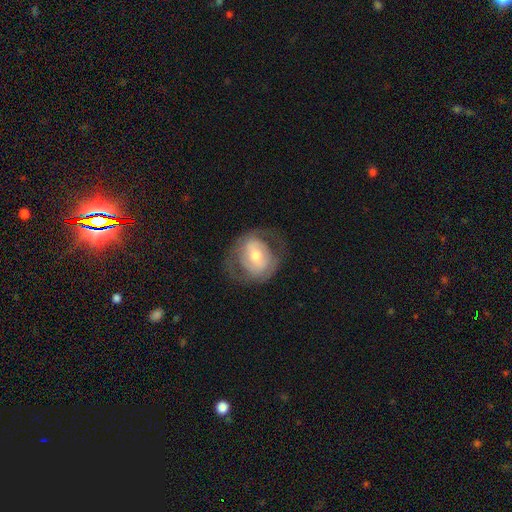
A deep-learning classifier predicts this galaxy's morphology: This appears to be a featured or disk galaxy (63%) with a weak bar (38%), spiral arms (57%) and a moderate central bulge (62%). Merging: none (65%).